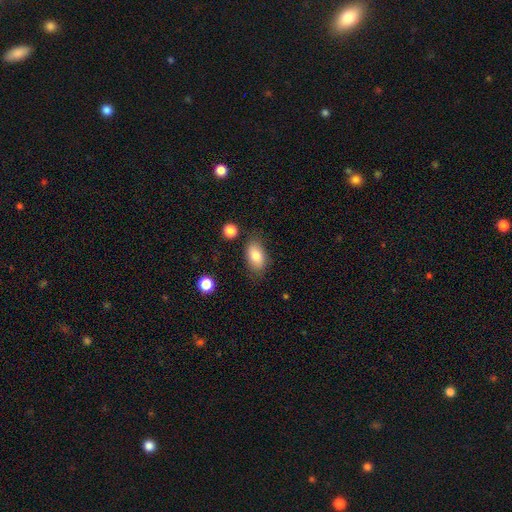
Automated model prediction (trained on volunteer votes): smooth_or_featured: smooth (p=0.80) [alt: featured or disk p=0.12]
how_rounded: in between (p=0.90) [alt: round p=0.07]
merging: none (p=0.77) [alt: minor disturbance p=0.16]